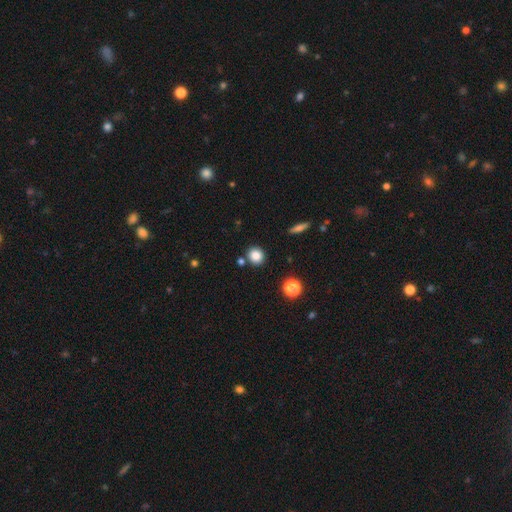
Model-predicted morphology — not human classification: This is clearly a smooth galaxy (85%). How rounded: clearly round (84%). Merging: clearly none (84%).